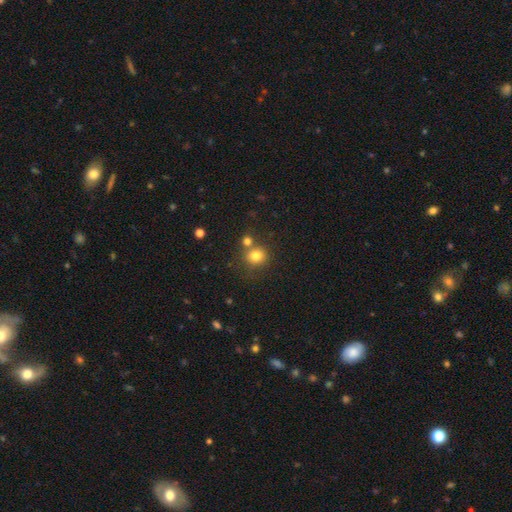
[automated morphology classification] This is likely a smooth galaxy (80%). How rounded: clearly round (85%). Merging: likely none (65%).